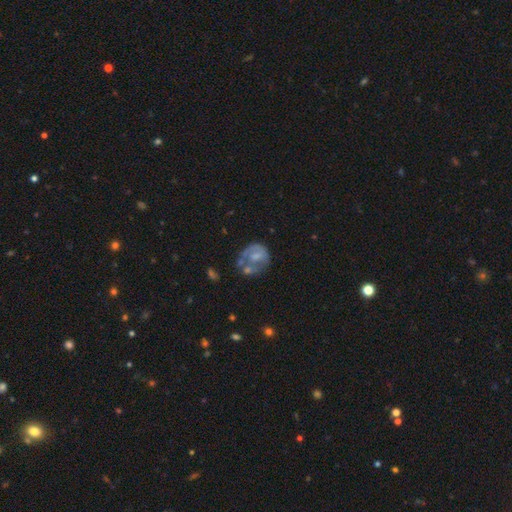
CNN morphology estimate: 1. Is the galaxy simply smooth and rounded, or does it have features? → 53% featured or disk, 39% smooth, 8% star or artifact.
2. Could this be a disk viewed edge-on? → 97% no, 3% yes.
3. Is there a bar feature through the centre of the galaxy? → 69% no, 26% weak, 5% strong.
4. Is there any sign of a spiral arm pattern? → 61% no, 39% yes.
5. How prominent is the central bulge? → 36% moderate, 31% small, 27% none, 4% large, 1% dominant.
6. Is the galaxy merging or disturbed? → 38% none, 23% major disturbance, 22% minor disturbance, 17% merger.